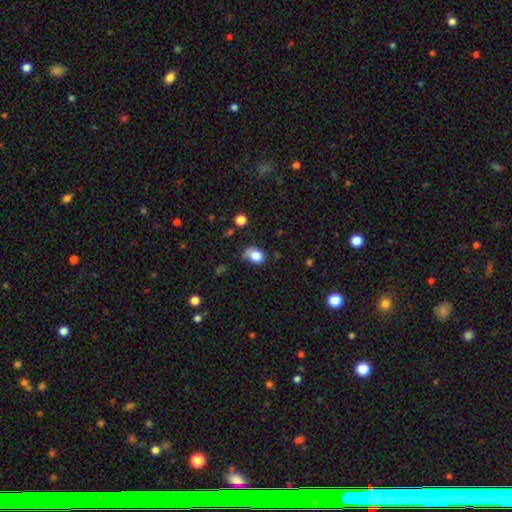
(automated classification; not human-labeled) Morphology: type=smooth (83%); roundness=in between (69%); merging=none (52%).